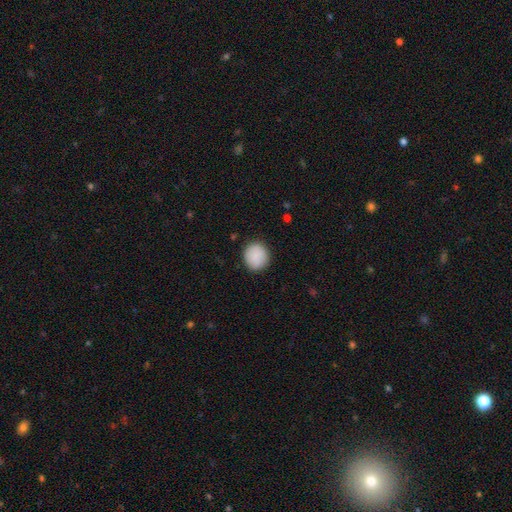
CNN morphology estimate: smooth_or_featured: smooth (p=0.89) [alt: star or artifact p=0.07]
how_rounded: round (p=0.83) [alt: in between p=0.16]
merging: none (p=0.88) [alt: minor disturbance p=0.09]